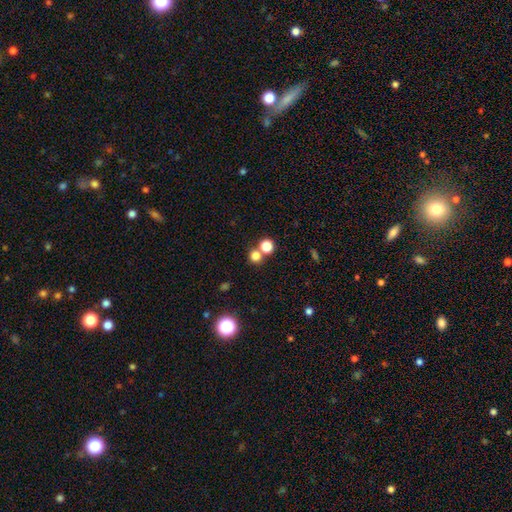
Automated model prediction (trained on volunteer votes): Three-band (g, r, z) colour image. It shows a smooth galaxy with no disk features (77%) that is round (88%). Merging: none (60%).